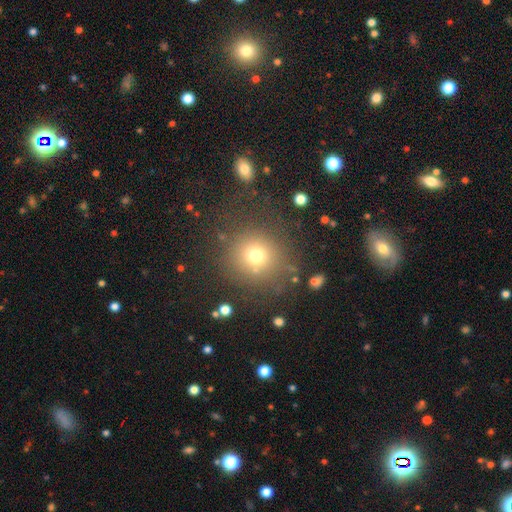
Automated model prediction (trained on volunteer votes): A smooth galaxy with no disk features (71%) that is round (92%). Merging: none (79%).